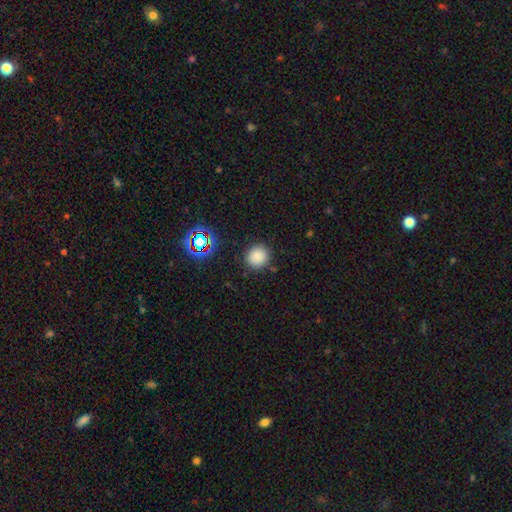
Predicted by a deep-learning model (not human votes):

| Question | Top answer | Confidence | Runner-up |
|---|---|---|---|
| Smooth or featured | smooth | 82% | star or artifact (14%) |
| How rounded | round | 90% | in between (9%) |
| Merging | none | 87% | minor disturbance (8%) |